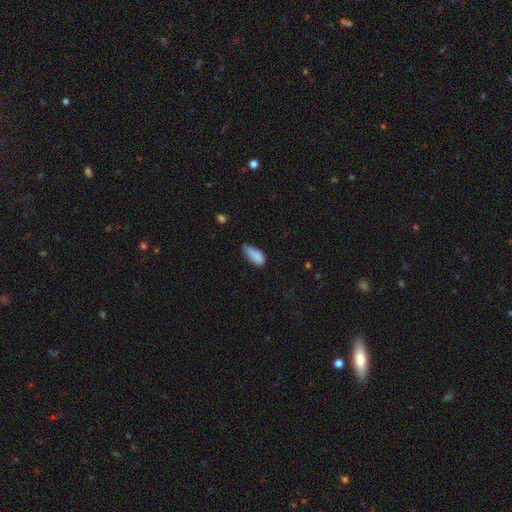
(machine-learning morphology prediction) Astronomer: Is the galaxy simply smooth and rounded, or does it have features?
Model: smooth — 85%.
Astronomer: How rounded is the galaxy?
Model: in between — 87%.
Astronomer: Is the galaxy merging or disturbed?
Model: minor disturbance — 48% (runner-up: none, 37%).